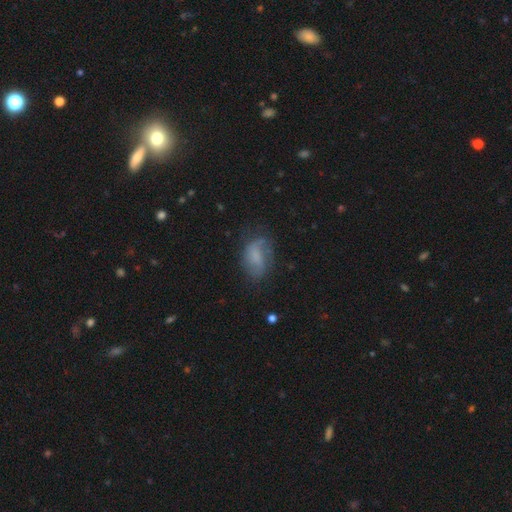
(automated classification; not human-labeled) Overall: smooth (51%; featured or disk 39%). How rounded: in between (87%). Merging: none (52%; minor disturbance 28%).